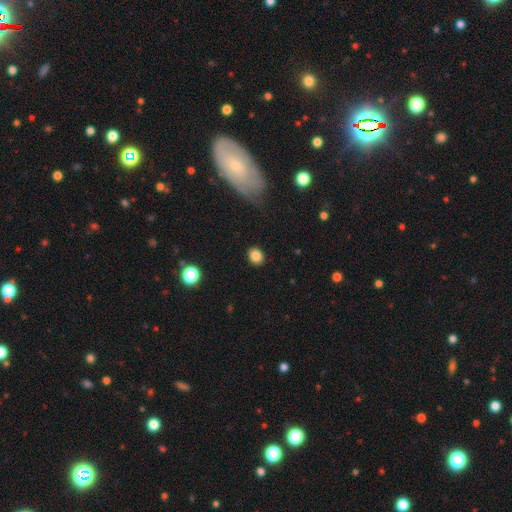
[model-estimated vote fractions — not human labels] Smooth or featured? Predicted: smooth (p=0.85). How rounded? Predicted: round (p=0.68). Merging? Predicted: none (p=0.90).